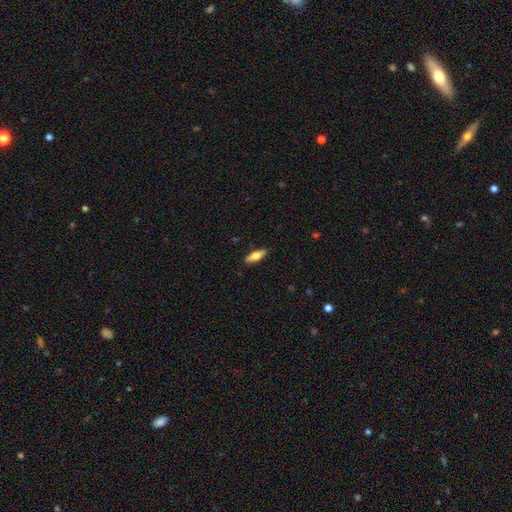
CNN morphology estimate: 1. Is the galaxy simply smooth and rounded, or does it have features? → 58% smooth, 36% featured or disk, 6% star or artifact.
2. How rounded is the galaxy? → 59% in between, 38% cigar-shaped, 3% round.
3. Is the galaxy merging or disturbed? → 89% none, 8% minor disturbance, 2% major disturbance, 1% merger.